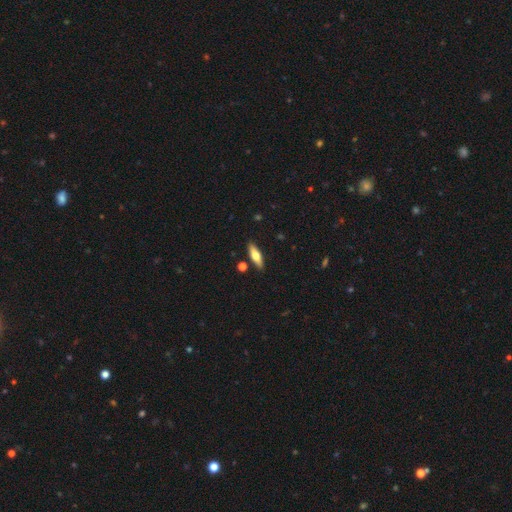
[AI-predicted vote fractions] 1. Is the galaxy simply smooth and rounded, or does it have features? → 60% smooth, 34% featured or disk, 6% star or artifact.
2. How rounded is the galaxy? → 53% cigar-shaped, 44% in between, 2% round.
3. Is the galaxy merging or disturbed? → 87% none, 8% minor disturbance, 3% merger, 2% major disturbance.